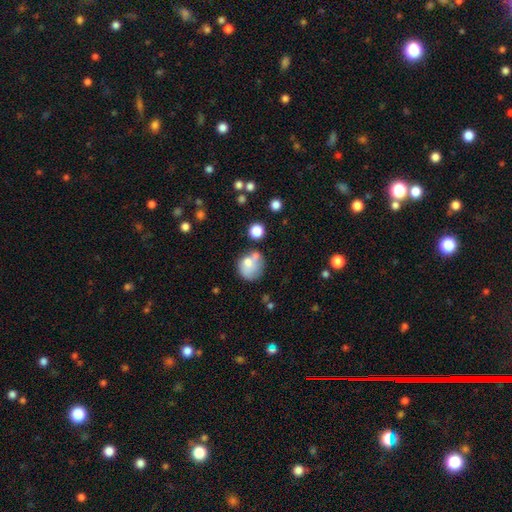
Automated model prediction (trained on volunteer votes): The model was most divided on "smooth or featured": smooth: 44%, star or artifact: 40%, featured or disk: 16%. More confident: merging — none (74%).